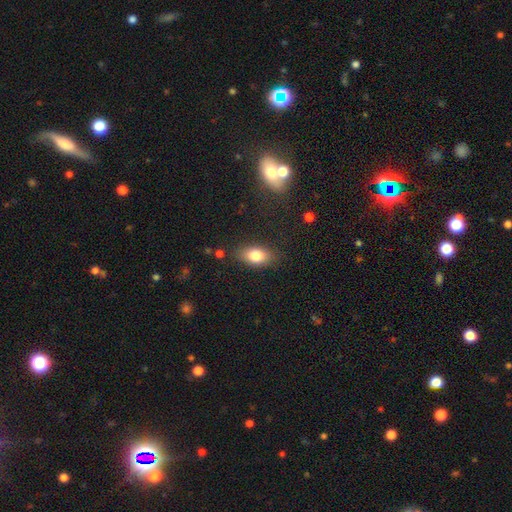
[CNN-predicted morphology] The model was most divided on "smooth or featured": smooth: 80%, featured or disk: 12%, star or artifact: 9%. More confident: how rounded — in between (87%); merging — none (82%).